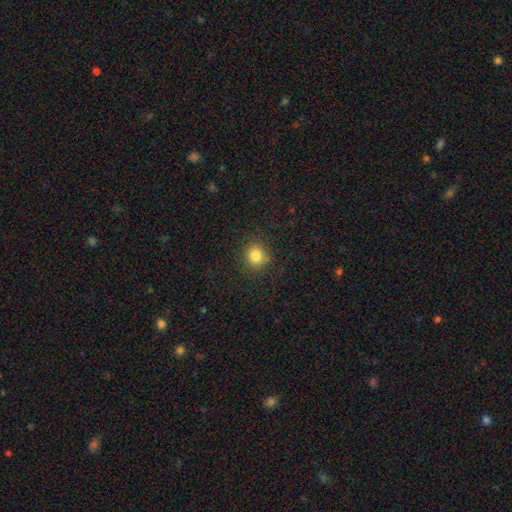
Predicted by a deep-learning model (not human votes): smooth-or-featured: smooth: 82% | star or artifact: 12% | featured or disk: 6%
  how-rounded: round: 86% | in between: 13% | cigar-shaped: 1%
  merging: none: 87% | minor disturbance: 9% | major disturbance: 3% | merger: 1%